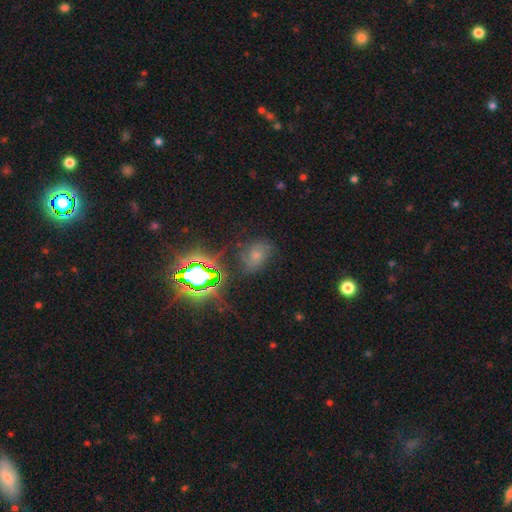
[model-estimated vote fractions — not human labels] Overall: smooth (39%; star or artifact 32%). Merging: none (61%; minor disturbance 24%).